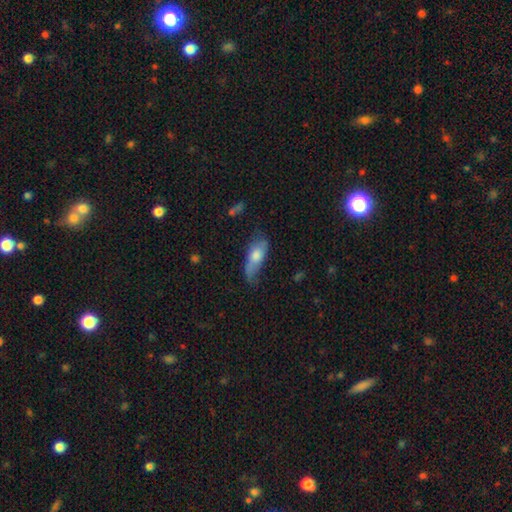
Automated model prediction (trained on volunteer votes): smooth 64%, featured or disk 29%, star or artifact 7%. Down the decision tree: how rounded — in between (68%); merging — none (47%).